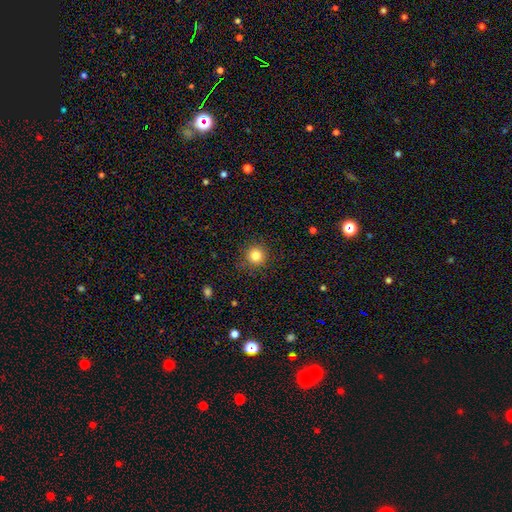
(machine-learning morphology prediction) The model was most divided on "smooth or featured": smooth: 83%, star or artifact: 12%, featured or disk: 5%. More confident: how rounded — round (94%); merging — none (89%).